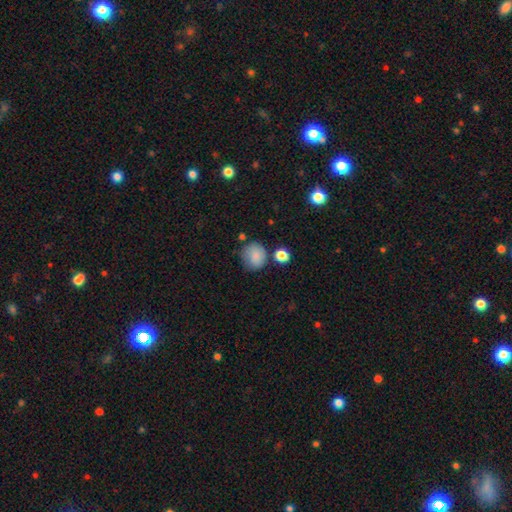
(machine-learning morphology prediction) A smooth galaxy with no disk features (84%) that is round (74%).

Vote fractions:
- Smooth or featured? smooth: 84% / star or artifact: 9% / featured or disk: 7%
- How rounded? round: 74% / in between: 25% / cigar-shaped: 1%
- Merging? none: 64% / minor disturbance: 22% / merger: 7% / major disturbance: 6%